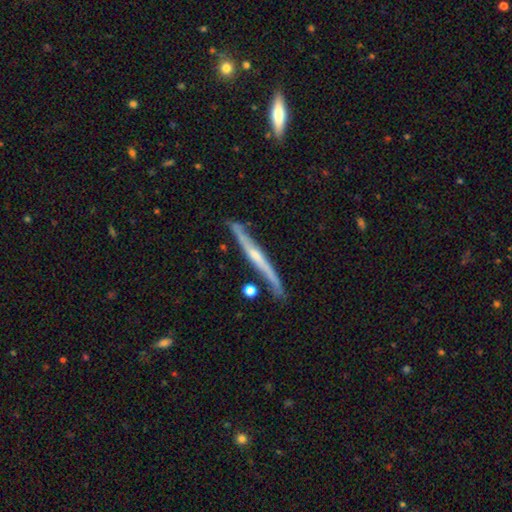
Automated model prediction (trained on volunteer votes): The model was most divided on "edge-on bulge": rounded: 48%, none: 43%, boxy: 9%. More confident: edge-on disk — yes (93%); merging — none (74%); smooth or featured — featured or disk (70%).